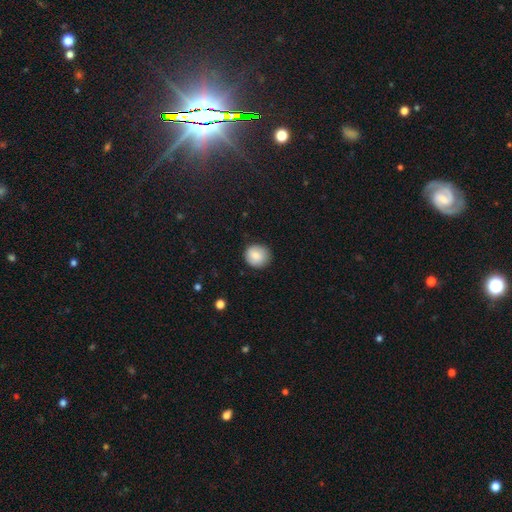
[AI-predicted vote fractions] Q: Smooth or featured?
A: smooth (83%); runner-up: featured or disk (9%)
Q: How rounded?
A: round (90%); runner-up: in between (9%)
Q: Merging?
A: none (86%); runner-up: minor disturbance (11%)